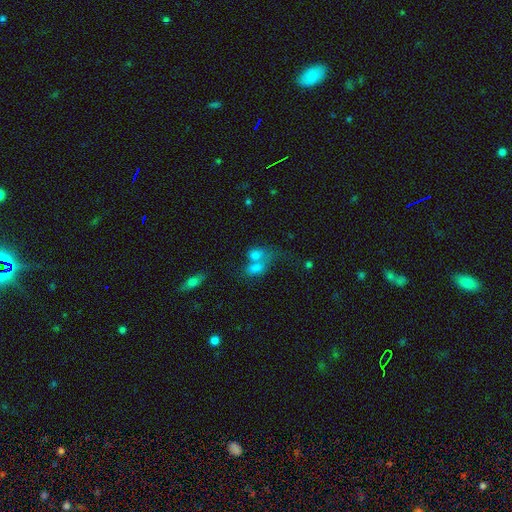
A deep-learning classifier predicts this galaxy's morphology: Smooth or featured: smooth — 75% (featured or disk — 13%)
How rounded: in between — 73% (round — 25%)
Merging: merger — 61% (none — 23%)